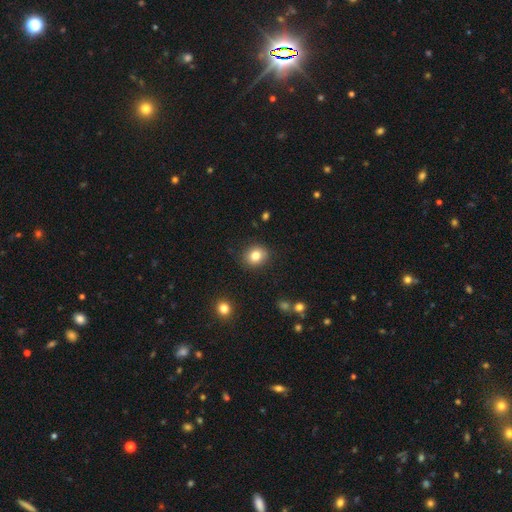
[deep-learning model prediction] A smooth galaxy with no disk features (80%) that is round (72%).

Vote fractions:
- Smooth or featured? smooth: 80% / star or artifact: 11% / featured or disk: 9%
- How rounded? round: 72% / in between: 27% / cigar-shaped: 1%
- Merging? none: 88% / minor disturbance: 8% / major disturbance: 2% / merger: 1%